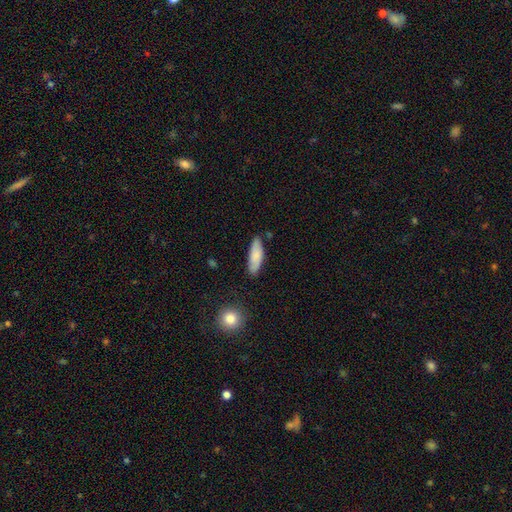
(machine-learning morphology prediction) type=smooth (80%); roundness=in between (59%); merging=none (77%).